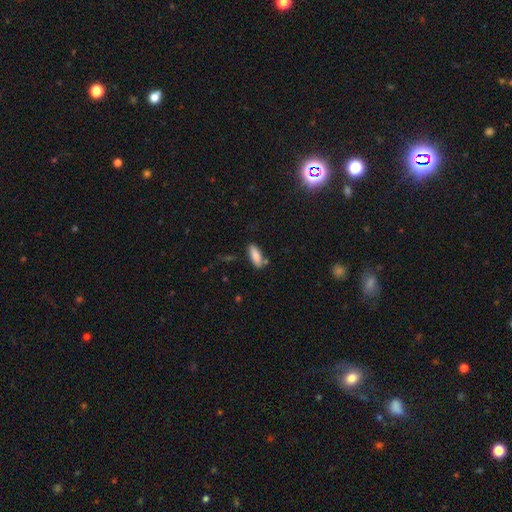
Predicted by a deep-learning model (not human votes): Smooth or featured?
  - smooth: 86% *
  - featured or disk: 8%
  - star or artifact: 7%
How rounded?
  - in between: 67% *
  - cigar-shaped: 31%
  - round: 2%
Merging?
  - none: 72% *
  - minor disturbance: 17%
  - merger: 7%
  - major disturbance: 4%